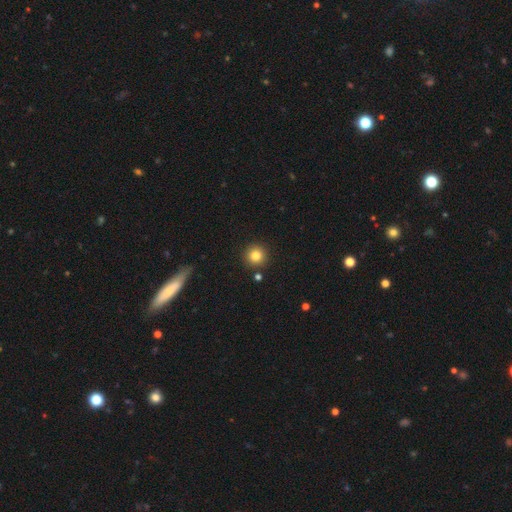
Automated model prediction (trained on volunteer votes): smooth-or-featured: smooth: 81% | star or artifact: 12% | featured or disk: 7%
  how-rounded: round: 95% | in between: 4% | cigar-shaped: 1%
  merging: none: 89% | minor disturbance: 6% | merger: 3% | major disturbance: 2%